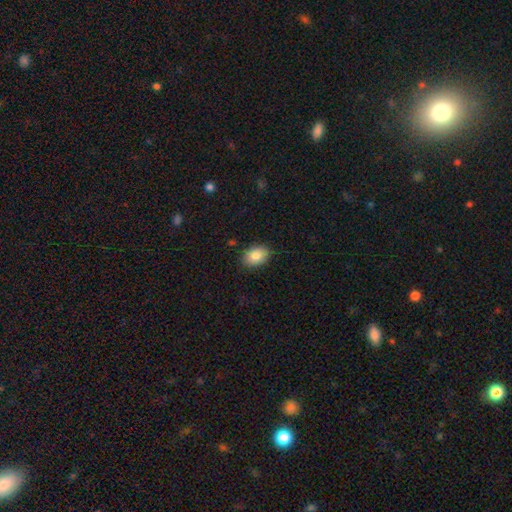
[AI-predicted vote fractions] This appears to be a smooth galaxy with no disk features (87%) that is in between round and cigar-shaped (82%). Merging: none (84%).